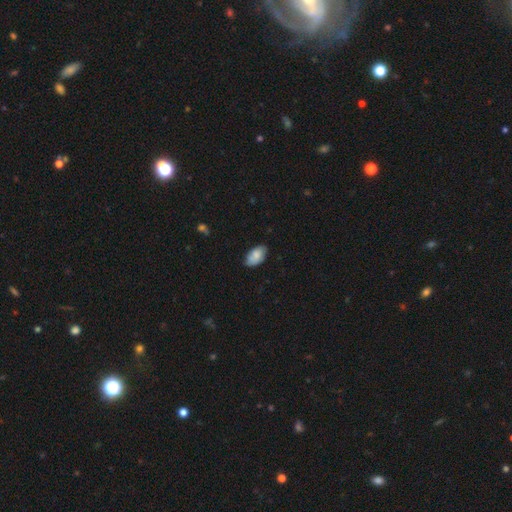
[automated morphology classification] type=smooth (80%); roundness=in between (94%); merging=none (75%).